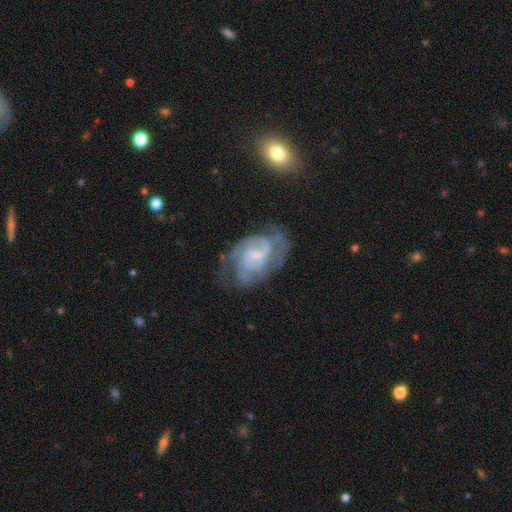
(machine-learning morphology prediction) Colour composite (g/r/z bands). It shows a featured or disk galaxy (85%) with a weak bar (51%), 2 (53%) tight (46%) spiral arms (94%) and a small central bulge (50%). Merging: none (58%).